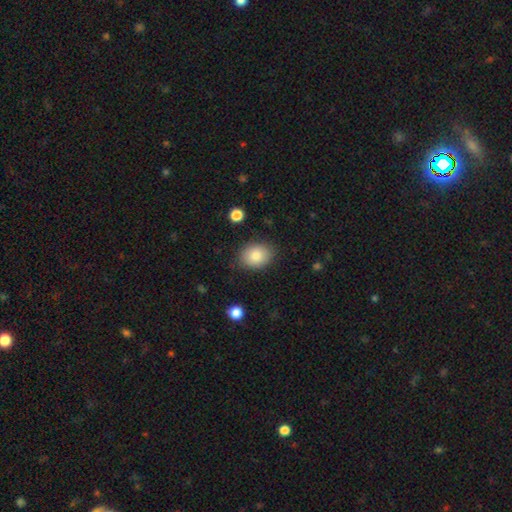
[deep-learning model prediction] A smooth galaxy with no disk features (84%) that is in between round and cigar-shaped (63%). Merging: none (84%).